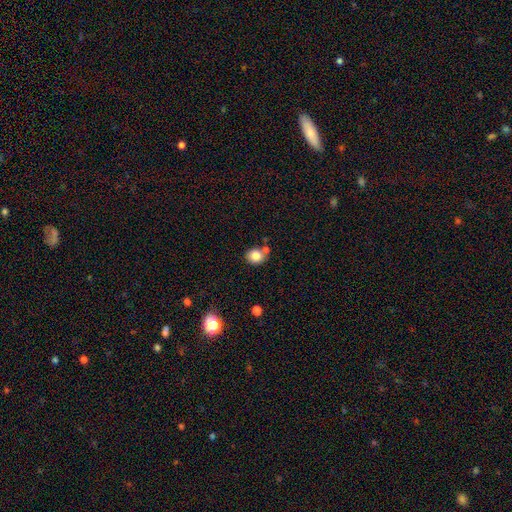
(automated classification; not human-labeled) Smooth or featured: smooth — 83% (star or artifact — 10%)
How rounded: round — 74% (in between — 26%)
Merging: none — 62% (merger — 22%)